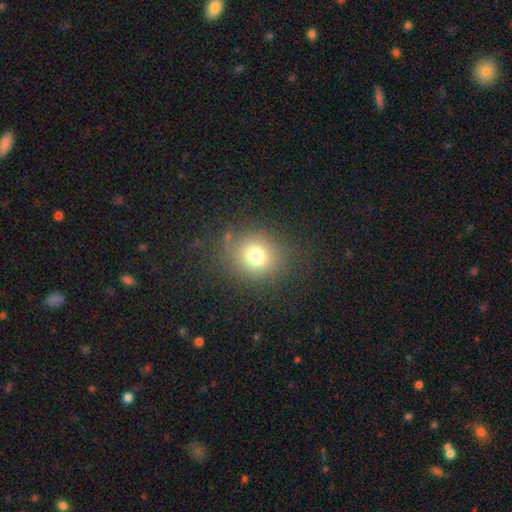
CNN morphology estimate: A smooth galaxy with no disk features (74%) that is round (83%). Merging: none (83%).